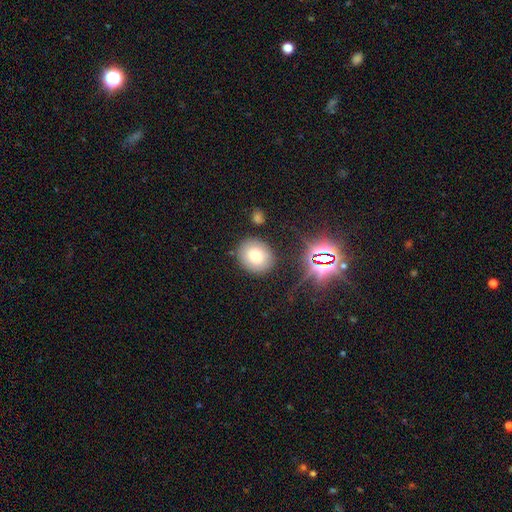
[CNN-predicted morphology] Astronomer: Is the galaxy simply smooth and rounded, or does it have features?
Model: smooth — 68%.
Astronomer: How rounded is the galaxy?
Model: round — 67%.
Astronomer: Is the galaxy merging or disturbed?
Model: none — 84%.